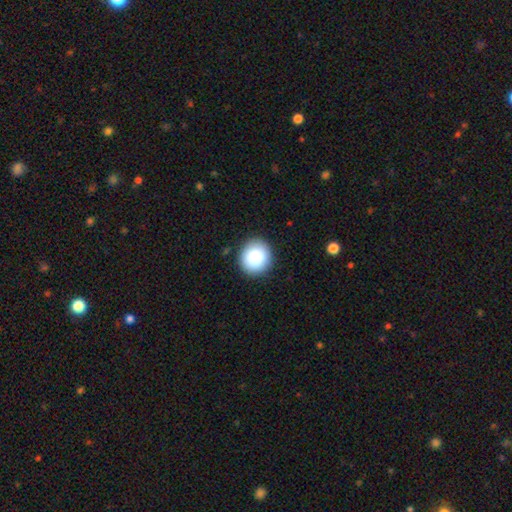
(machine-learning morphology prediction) Overall: smooth (87%). How rounded: round (87%). Merging: none (89%).